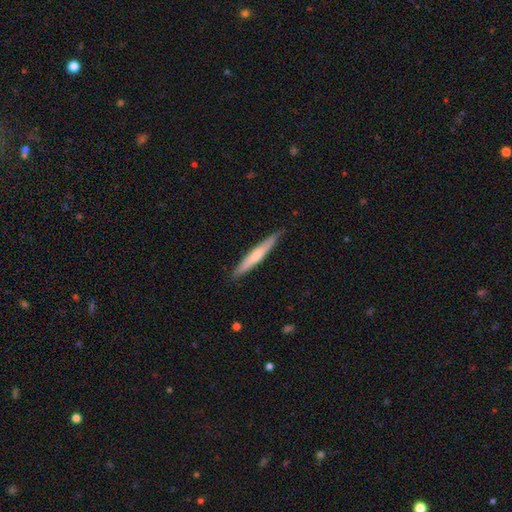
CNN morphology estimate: This is possibly a smooth galaxy (56%). How rounded: clearly cigar-shaped (95%). Merging: clearly none (86%).